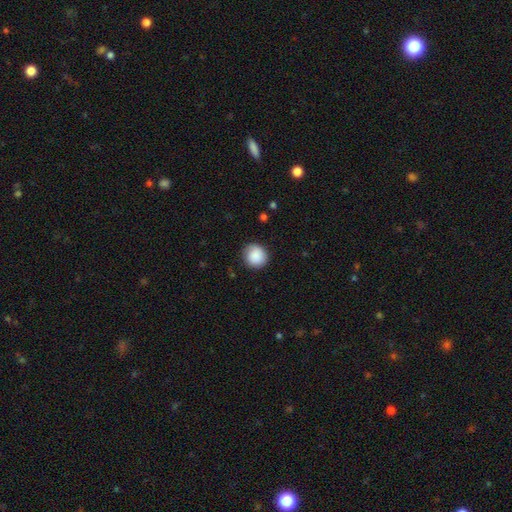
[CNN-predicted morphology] A smooth galaxy with no disk features (88%) that is round (91%).

Vote fractions:
- Smooth or featured? smooth: 88% / star or artifact: 8% / featured or disk: 4%
- How rounded? round: 91% / in between: 8% / cigar-shaped: 1%
- Merging? none: 86% / minor disturbance: 11% / major disturbance: 3% / merger: 1%